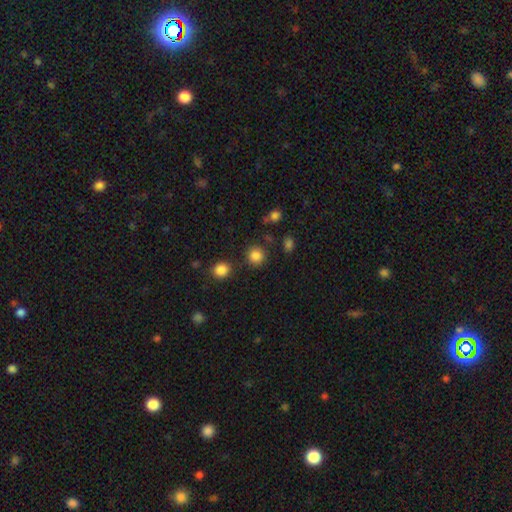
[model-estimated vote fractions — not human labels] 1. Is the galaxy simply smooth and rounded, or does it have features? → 84% smooth, 12% star or artifact, 4% featured or disk.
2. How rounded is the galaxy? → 91% round, 8% in between, 1% cigar-shaped.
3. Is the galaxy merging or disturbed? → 83% none, 8% minor disturbance, 5% merger, 3% major disturbance.